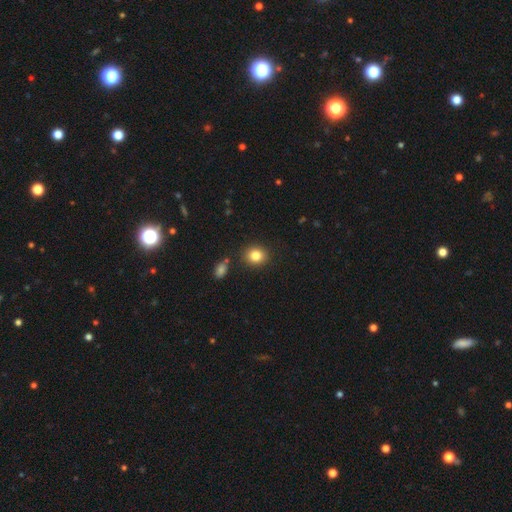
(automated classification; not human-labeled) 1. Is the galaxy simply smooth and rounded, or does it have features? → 83% smooth, 10% star or artifact, 6% featured or disk.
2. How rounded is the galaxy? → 73% round, 26% in between, 1% cigar-shaped.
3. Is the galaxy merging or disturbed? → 86% none, 8% minor disturbance, 3% merger, 2% major disturbance.